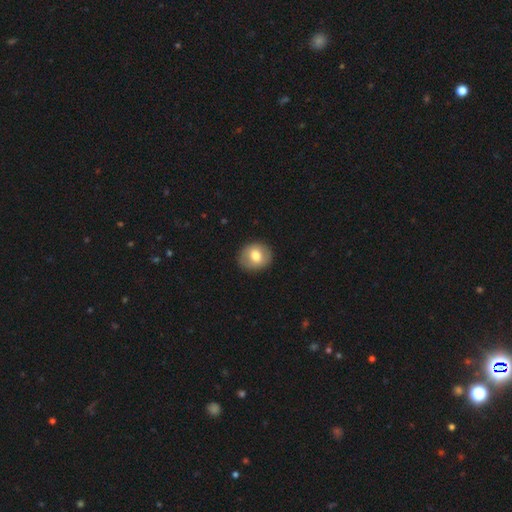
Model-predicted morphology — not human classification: type=smooth (71%); roundness=round (75%); merging=none (89%).